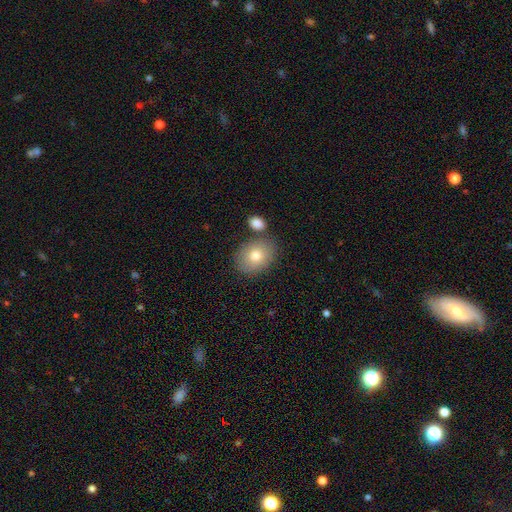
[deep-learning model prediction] A smooth galaxy with no disk features (79%) that is in between round and cigar-shaped (66%). Merging: none (73%).